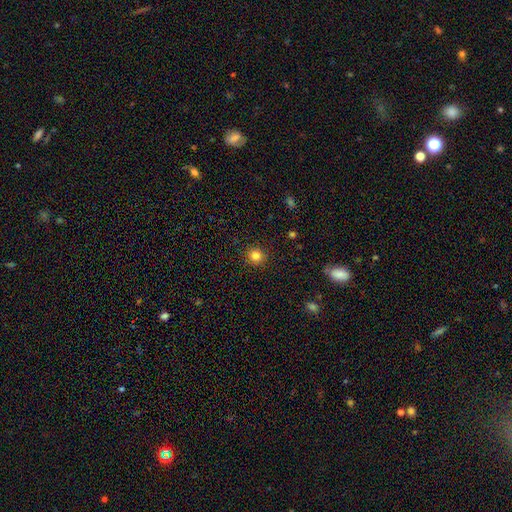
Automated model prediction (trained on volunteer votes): Morphology: type=smooth (83%); roundness=round (92%); merging=none (91%).